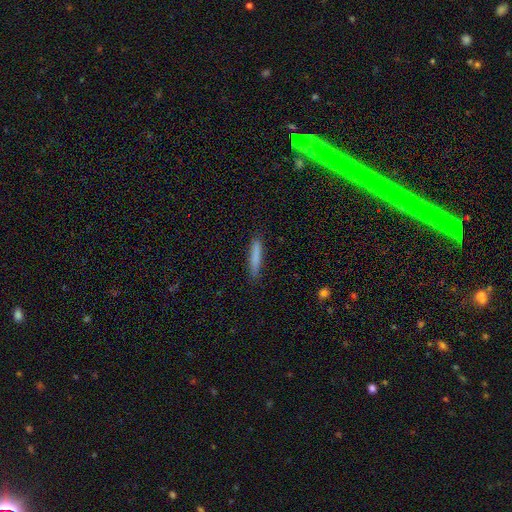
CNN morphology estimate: This is clearly a smooth galaxy (81%). How rounded: clearly cigar-shaped (93%). Merging: clearly none (87%).